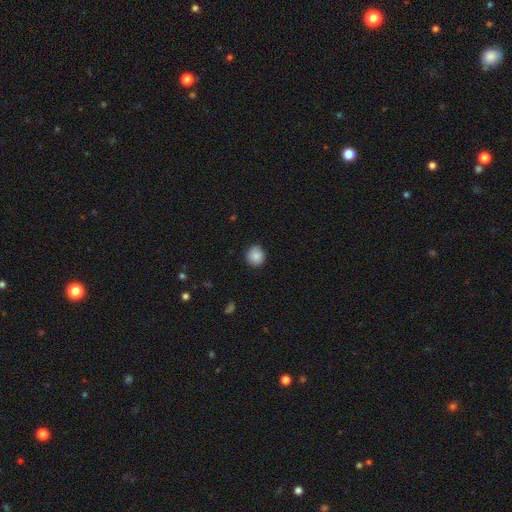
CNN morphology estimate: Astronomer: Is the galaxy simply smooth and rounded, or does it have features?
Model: smooth — 86%.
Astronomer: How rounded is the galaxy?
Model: round — 88%.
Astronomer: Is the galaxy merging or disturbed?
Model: none — 88%.